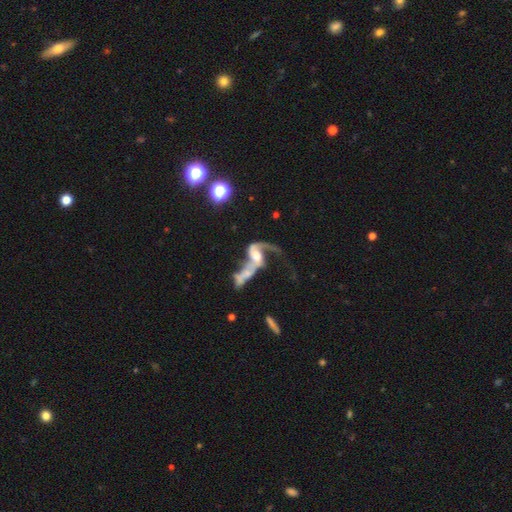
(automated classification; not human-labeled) This appears to be a featured or disk galaxy (74%) with no bar (58%), 2 (55%) loose (75%) spiral arms (77%) and a moderate central bulge (40%). Merging: merger (58%).